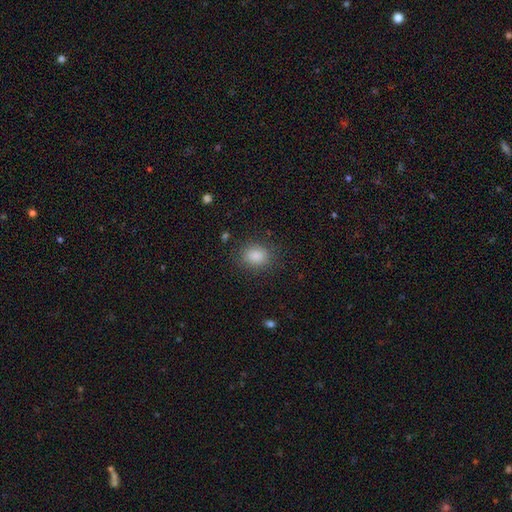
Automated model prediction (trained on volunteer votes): The model was most divided on "how rounded": in between: 51%, round: 48%, cigar-shaped: 1%. More confident: merging — none (85%); smooth or featured — smooth (84%).